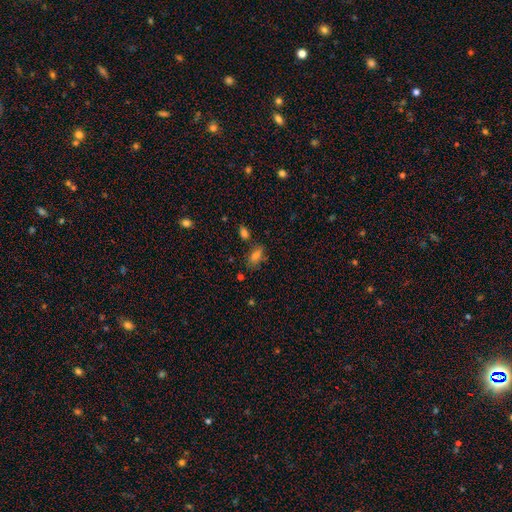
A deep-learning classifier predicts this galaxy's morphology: A smooth galaxy with no disk features (75%) that is in between round and cigar-shaped (85%).

Vote fractions:
- Smooth or featured? smooth: 75% / star or artifact: 14% / featured or disk: 11%
- How rounded? in between: 85% / cigar-shaped: 8% / round: 8%
- Merging? none: 67% / minor disturbance: 18% / merger: 9% / major disturbance: 6%